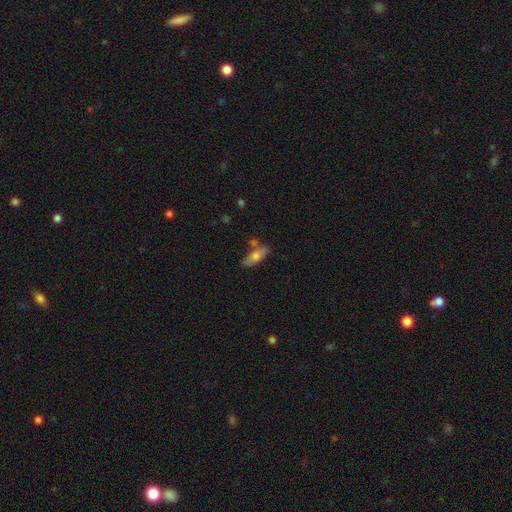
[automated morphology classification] smooth 67%, featured or disk 26%, star or artifact 7%. Down the decision tree: how rounded — in between (69%); merging — none (67%).